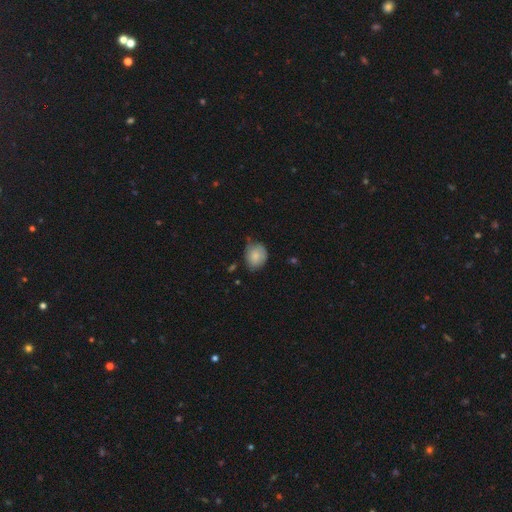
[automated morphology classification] A smooth galaxy with no disk features (79%) that is round (65%).

Vote fractions:
- Smooth or featured? smooth: 79% / featured or disk: 13% / star or artifact: 7%
- How rounded? round: 65% / in between: 34% / cigar-shaped: 1%
- Merging? none: 58% / minor disturbance: 33% / major disturbance: 6% / merger: 3%